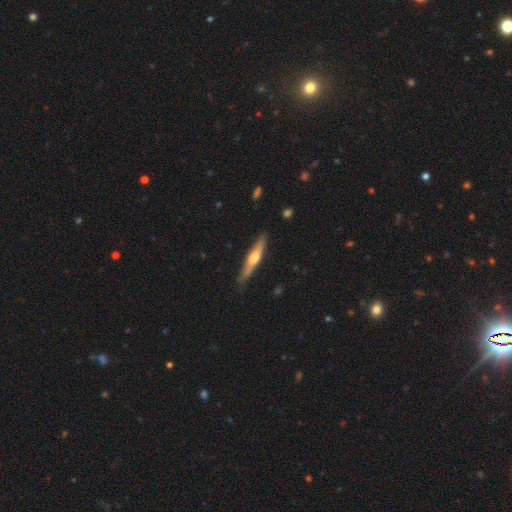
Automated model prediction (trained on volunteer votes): This appears to be a featured or disk galaxy (60%) viewed edge-on (95%) with a rounded central bulge (90%). Merging: none (88%).